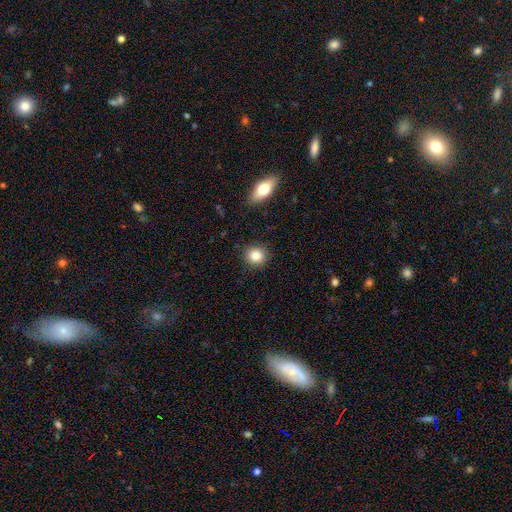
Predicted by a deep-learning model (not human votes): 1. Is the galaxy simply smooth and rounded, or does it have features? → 85% smooth, 9% star or artifact, 6% featured or disk.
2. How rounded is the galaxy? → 86% round, 13% in between, 1% cigar-shaped.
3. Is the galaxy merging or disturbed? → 89% none, 8% minor disturbance, 2% major disturbance, 1% merger.